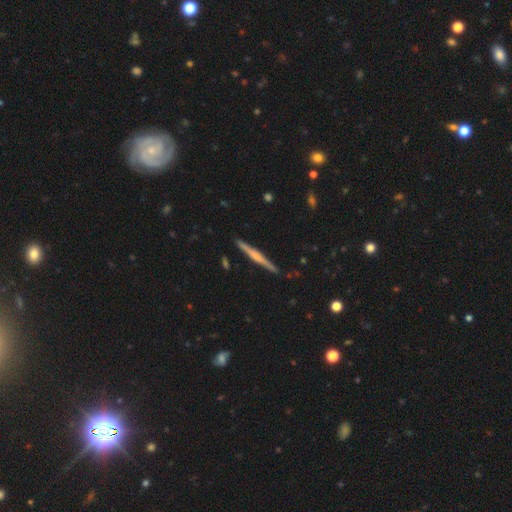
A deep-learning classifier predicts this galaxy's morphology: smooth_or_featured: featured or disk (p=0.64) [alt: smooth p=0.31]
disk_edge_on: yes (p=0.98) [alt: no p=0.02]
edge_on_bulge: rounded (p=0.51) [alt: none p=0.30]
merging: none (p=0.90) [alt: minor disturbance p=0.07]